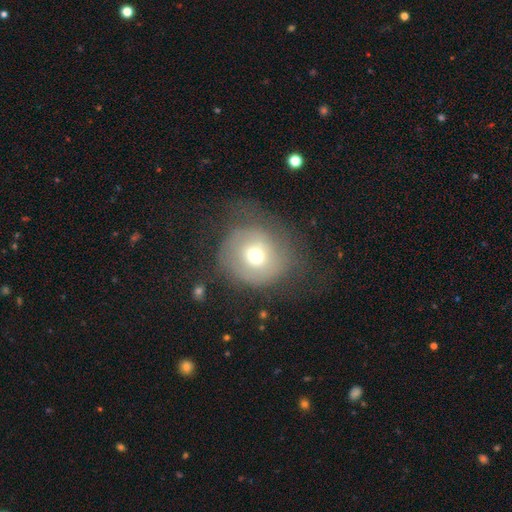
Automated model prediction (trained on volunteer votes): This appears to be a smooth galaxy with no disk features (57%) that is round (85%). Merging: none (48%).